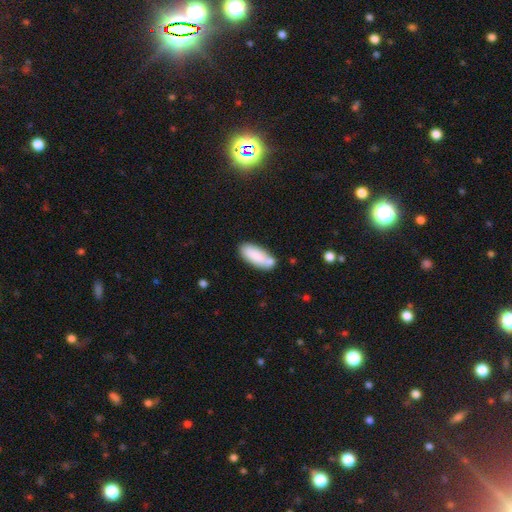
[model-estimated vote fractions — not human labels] The model was most divided on "merging": none: 69%, minor disturbance: 17%, merger: 11%, major disturbance: 4%. More confident: smooth or featured — smooth (85%); how rounded — in between (77%).